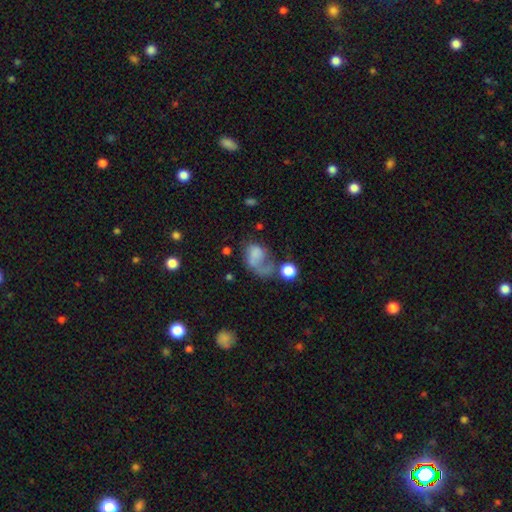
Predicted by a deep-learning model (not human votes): smooth 54%, featured or disk 35%, star or artifact 11%. Down the decision tree: how rounded — in between (63%); merging — major disturbance (51%).